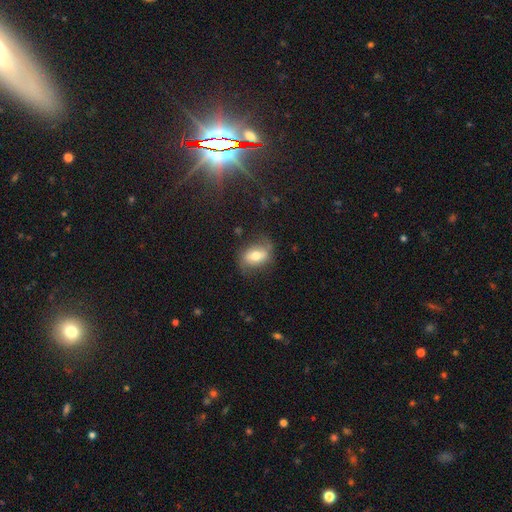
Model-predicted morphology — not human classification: smooth 57%, featured or disk 35%, star or artifact 8%. Down the decision tree: how rounded — in between (76%); merging — none (67%).